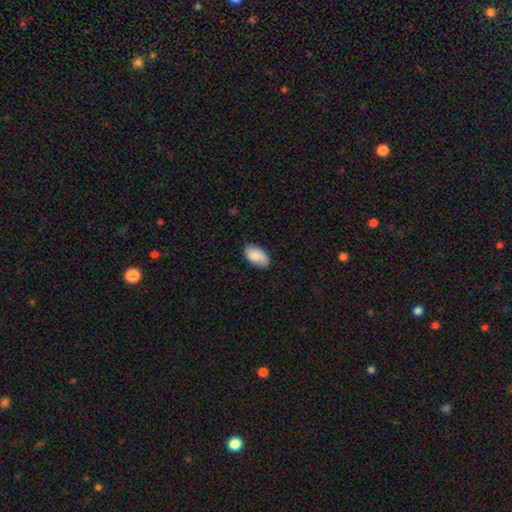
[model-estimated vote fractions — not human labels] Smooth or featured? smooth (84%)
How rounded? in between (95%)
Merging? none (80%)